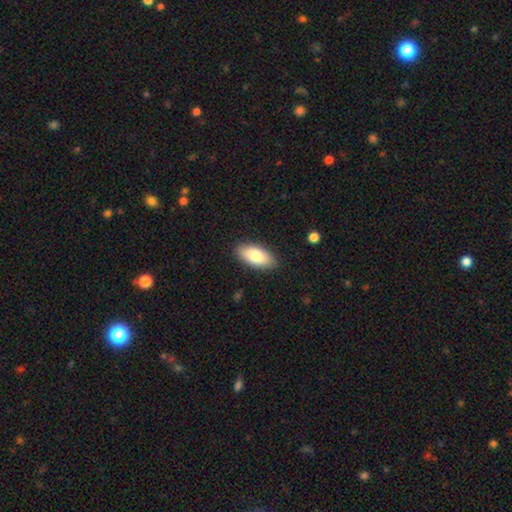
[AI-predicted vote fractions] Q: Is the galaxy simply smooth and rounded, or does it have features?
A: smooth — 81%.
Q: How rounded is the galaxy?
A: in between — 90%.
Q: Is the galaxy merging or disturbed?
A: none — 87%.